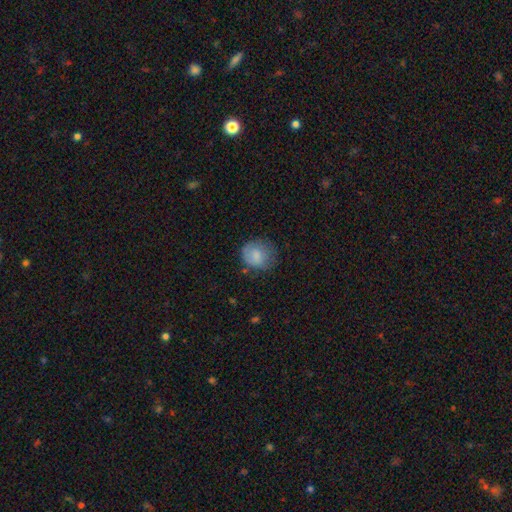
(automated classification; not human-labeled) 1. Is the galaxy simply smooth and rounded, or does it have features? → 79% smooth, 13% featured or disk, 8% star or artifact.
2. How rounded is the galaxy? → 74% round, 25% in between, 1% cigar-shaped.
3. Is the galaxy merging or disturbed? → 59% none, 27% minor disturbance, 12% major disturbance, 2% merger.